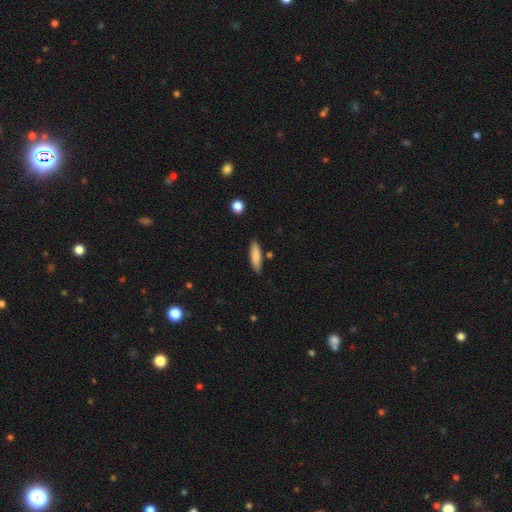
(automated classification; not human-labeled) A smooth galaxy with no disk features (83%) that is cigar-shaped (71%).

Vote fractions:
- Smooth or featured? smooth: 83% / featured or disk: 11% / star or artifact: 6%
- How rounded? cigar-shaped: 71% / in between: 28% / round: 2%
- Merging? none: 82% / minor disturbance: 13% / merger: 3% / major disturbance: 2%